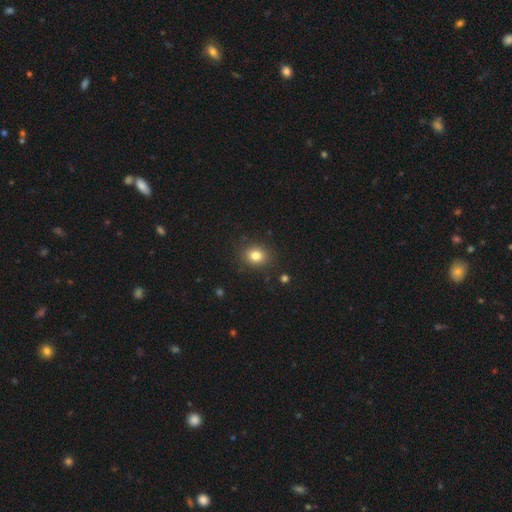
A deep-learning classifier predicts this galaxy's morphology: A smooth galaxy with no disk features (81%) that is round (59%). Merging: none (86%).